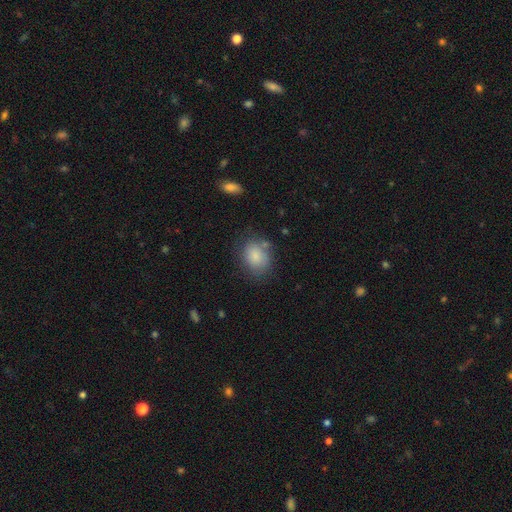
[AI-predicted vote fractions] smooth 84%, featured or disk 9%, star or artifact 7%. Down the decision tree: how rounded — in between (54%); merging — none (68%).